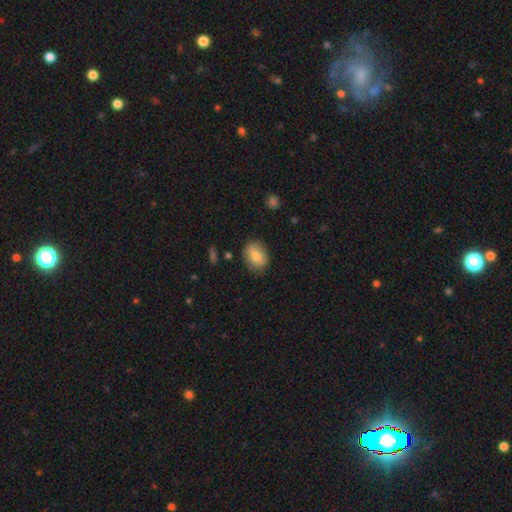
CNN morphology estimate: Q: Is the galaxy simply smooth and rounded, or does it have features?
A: smooth — 74%.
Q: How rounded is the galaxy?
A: in between — 63%.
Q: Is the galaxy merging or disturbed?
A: none — 83%.